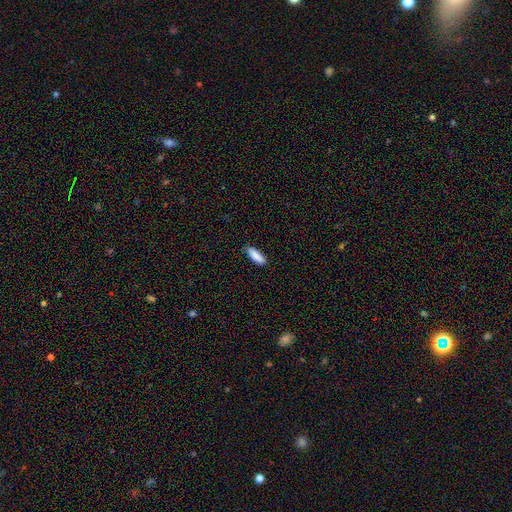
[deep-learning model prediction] smooth-or-featured: smooth: 88% | star or artifact: 6% | featured or disk: 6%
  how-rounded: in between: 53% | cigar-shaped: 45% | round: 2%
  merging: none: 84% | minor disturbance: 13% | major disturbance: 2% | merger: 1%